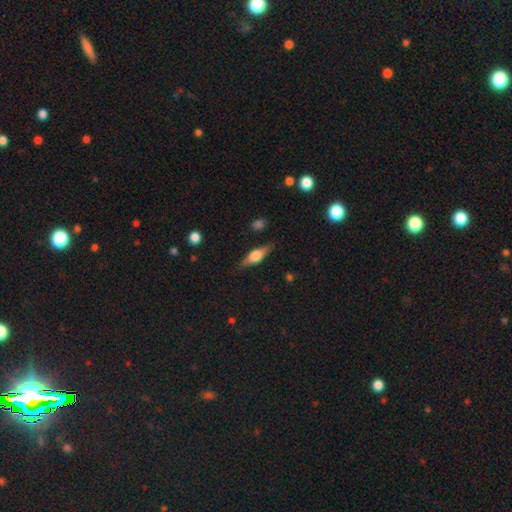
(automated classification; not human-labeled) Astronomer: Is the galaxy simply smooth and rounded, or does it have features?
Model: featured or disk — 61%.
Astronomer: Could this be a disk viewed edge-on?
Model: yes — 95%.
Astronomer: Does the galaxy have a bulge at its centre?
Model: rounded — 88%.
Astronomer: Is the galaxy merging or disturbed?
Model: none — 84%.